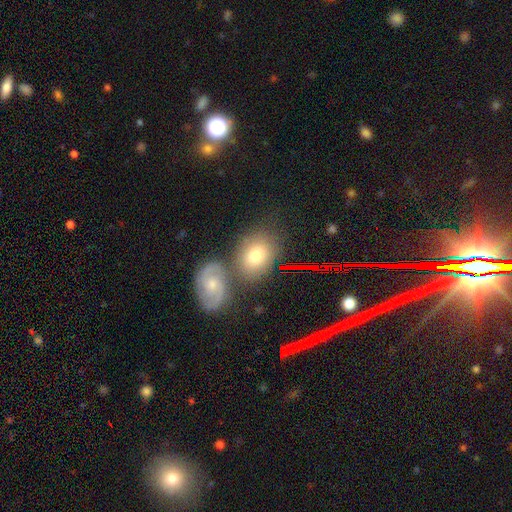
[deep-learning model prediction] smooth 63%, featured or disk 26%, star or artifact 12%. Down the decision tree: how rounded — in between (67%); merging — none (61%).